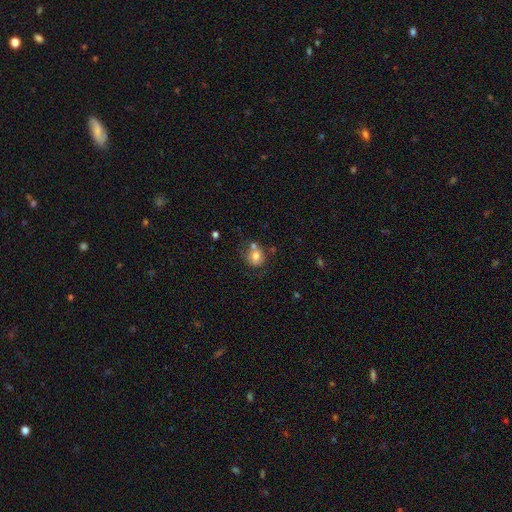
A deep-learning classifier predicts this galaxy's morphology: Smooth or featured? Predicted: smooth (p=0.71). How rounded? Predicted: round (p=0.68). Merging? Predicted: none (p=0.46).